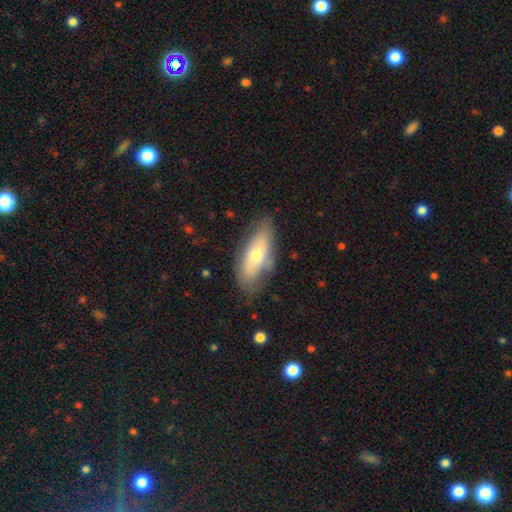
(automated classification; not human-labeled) A smooth galaxy with no disk features (57%) that is in between round and cigar-shaped (74%). Merging: none (72%).